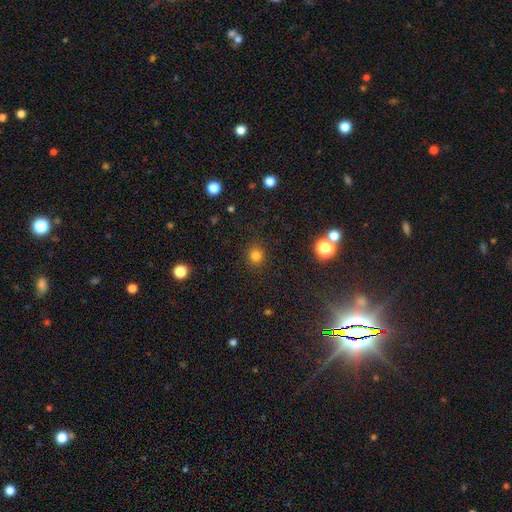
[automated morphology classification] Q: Smooth or featured?
A: smooth (80%); runner-up: star or artifact (16%)
Q: How rounded?
A: round (90%); runner-up: in between (9%)
Q: Merging?
A: none (89%); runner-up: minor disturbance (7%)